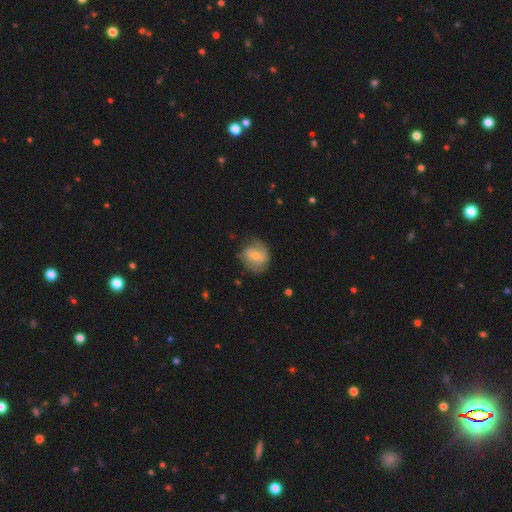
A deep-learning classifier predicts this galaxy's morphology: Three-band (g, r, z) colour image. It shows a featured or disk galaxy (48%). Merging: none (62%).